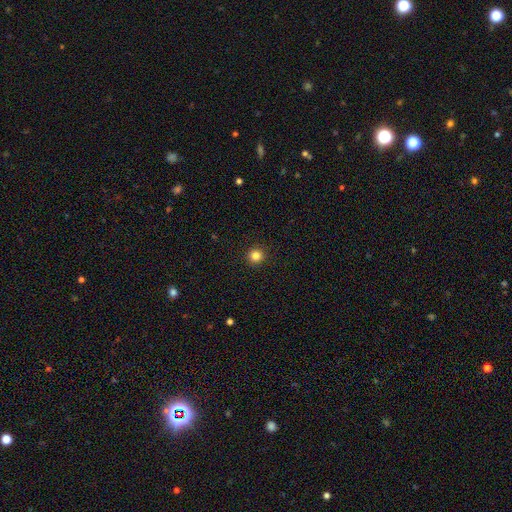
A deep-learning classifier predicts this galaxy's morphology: Smooth or featured? Predicted: smooth (p=0.83). How rounded? Predicted: round (p=0.95). Merging? Predicted: none (p=0.93).